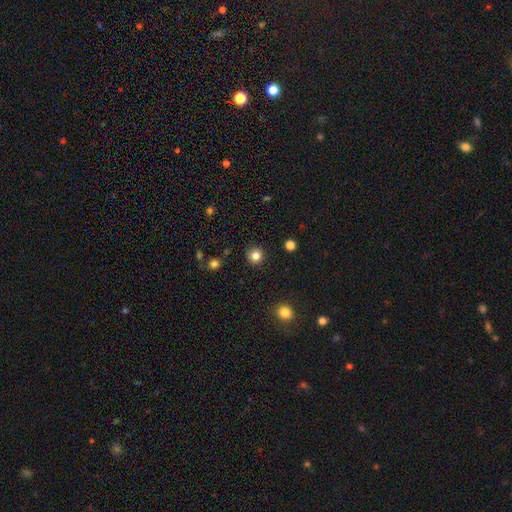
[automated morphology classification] Smooth or featured? smooth (84%)
How rounded? round (94%)
Merging? none (91%)